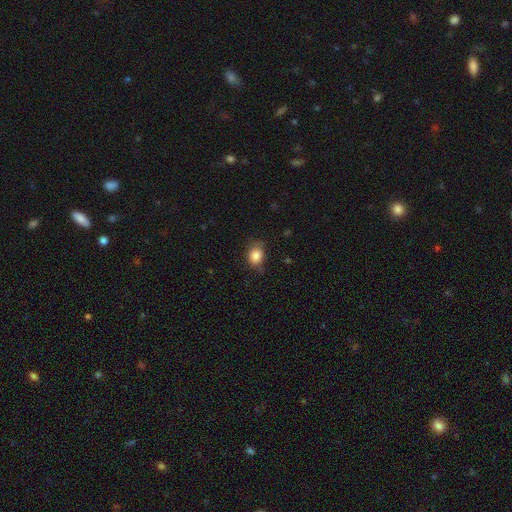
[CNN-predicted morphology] Smooth or featured? smooth (84%)
How rounded? round (53%)
Merging? none (66%)